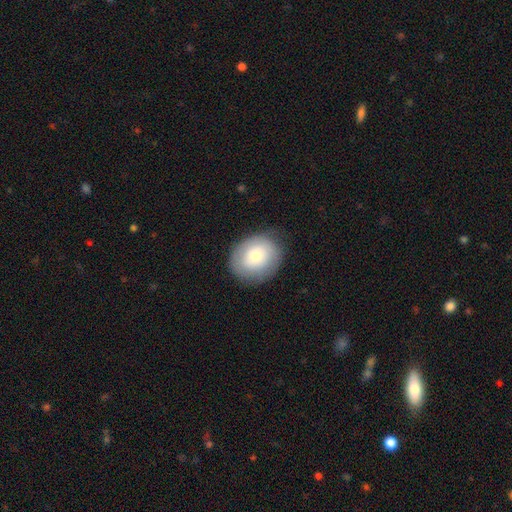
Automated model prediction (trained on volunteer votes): A smooth galaxy with no disk features (69%) that is round (60%). Merging: none (79%).